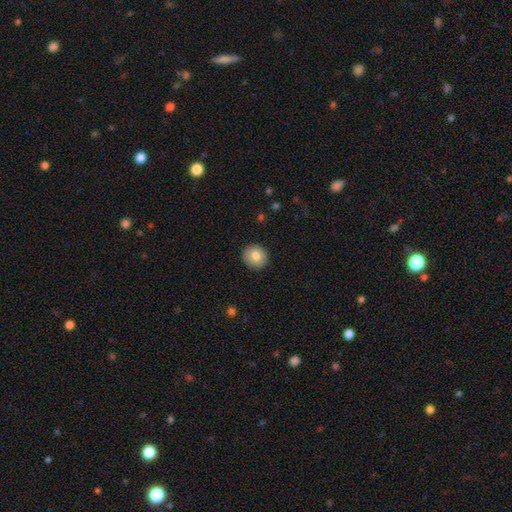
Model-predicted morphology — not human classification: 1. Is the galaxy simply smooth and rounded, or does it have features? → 80% smooth, 12% featured or disk, 8% star or artifact.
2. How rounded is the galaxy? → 89% round, 10% in between, 1% cigar-shaped.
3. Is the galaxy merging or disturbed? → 91% none, 6% minor disturbance, 2% major disturbance, 1% merger.